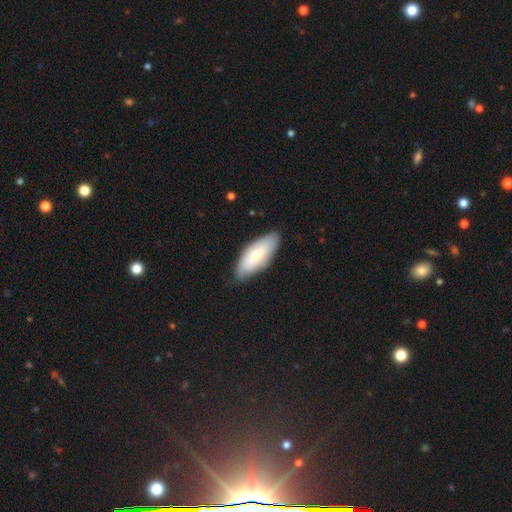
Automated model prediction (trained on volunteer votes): smooth-or-featured: smooth: 72% | featured or disk: 22% | star or artifact: 6%
  how-rounded: in between: 80% | cigar-shaped: 19% | round: 2%
  merging: none: 78% | minor disturbance: 18% | major disturbance: 3% | merger: 1%